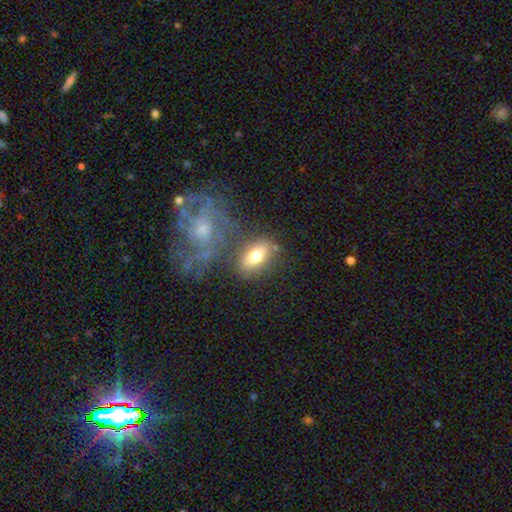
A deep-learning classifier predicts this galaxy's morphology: This is likely a smooth galaxy (69%). How rounded: clearly in between (83%). Merging: likely none (69%).